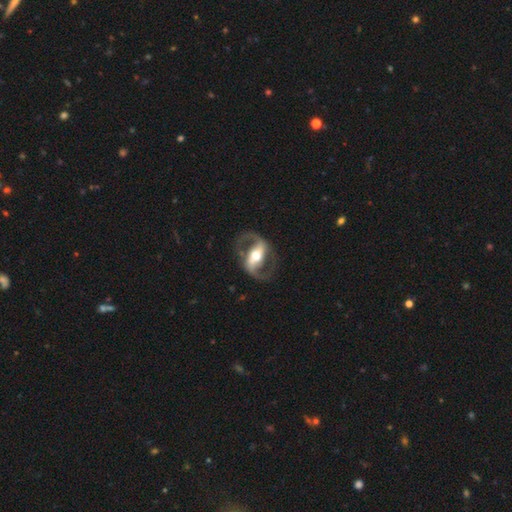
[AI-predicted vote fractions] Smooth or featured? Predicted: featured or disk (p=0.90). Edge-on disk? Predicted: no (p=0.96). Bar? Predicted: strong (p=0.58). Spiral arms? Predicted: yes (p=0.95). Spiral winding? Predicted: medium (p=0.53). Spiral arm count? Predicted: 2 (p=0.94). Bulge size? Predicted: moderate (p=0.67). Merging? Predicted: none (p=0.81).